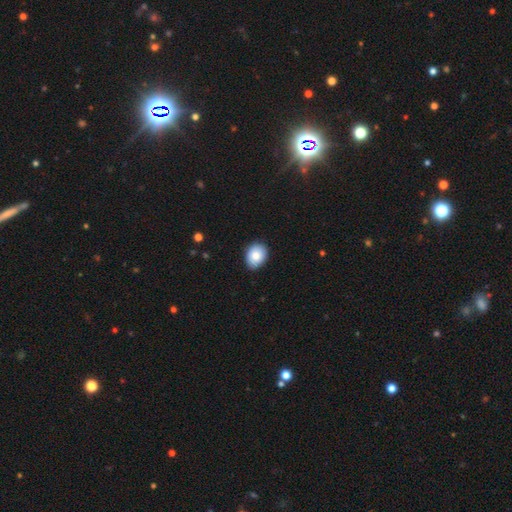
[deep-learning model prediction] Smooth or featured? smooth (82%)
How rounded? in between (63%)
Merging? none (87%)